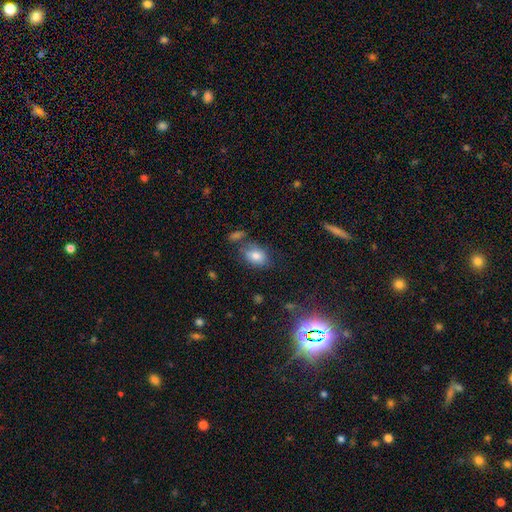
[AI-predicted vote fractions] Smooth or featured? smooth (80%)
How rounded? in between (81%)
Merging? none (64%)